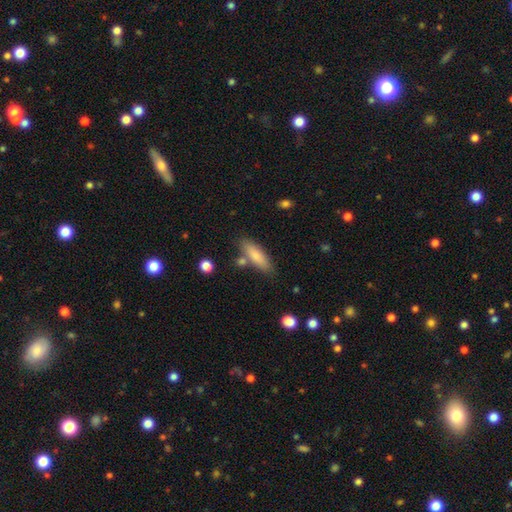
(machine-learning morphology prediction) Smooth or featured? smooth (80%)
How rounded? cigar-shaped (51%)
Merging? none (75%)